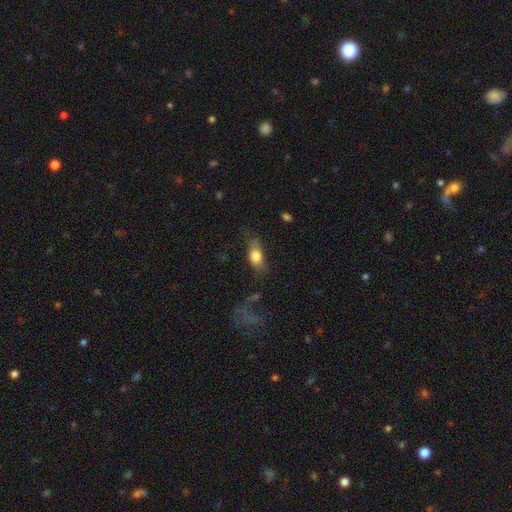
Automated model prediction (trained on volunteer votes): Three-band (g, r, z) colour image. It shows a smooth galaxy with no disk features (74%) that is in between round and cigar-shaped (80%). Merging: none (50%).